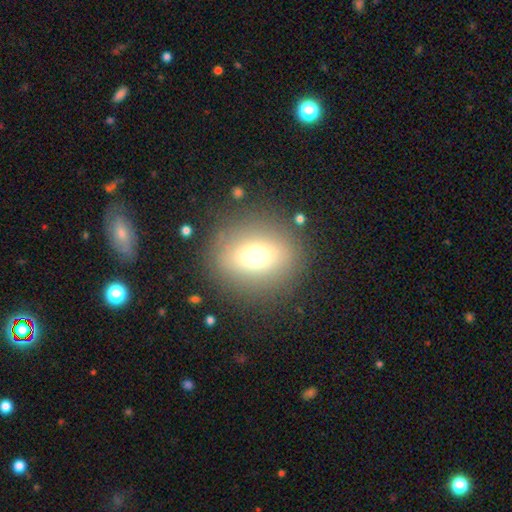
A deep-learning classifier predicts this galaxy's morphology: This appears to be a smooth galaxy with no disk features (65%) that is round (52%). Merging: none (84%).